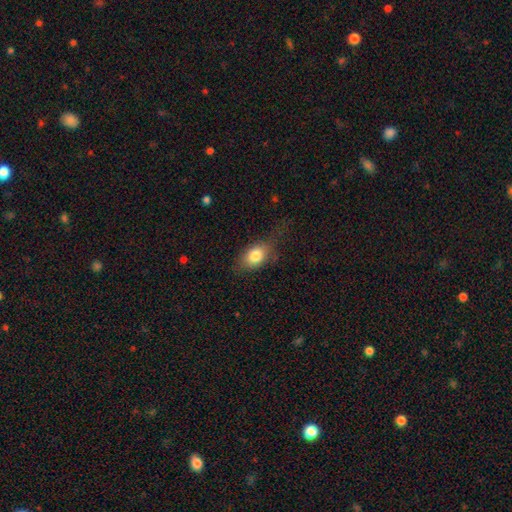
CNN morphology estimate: Q: Smooth or featured?
A: smooth (80%); runner-up: featured or disk (12%)
Q: How rounded?
A: in between (81%); runner-up: round (17%)
Q: Merging?
A: none (57%); runner-up: minor disturbance (26%)